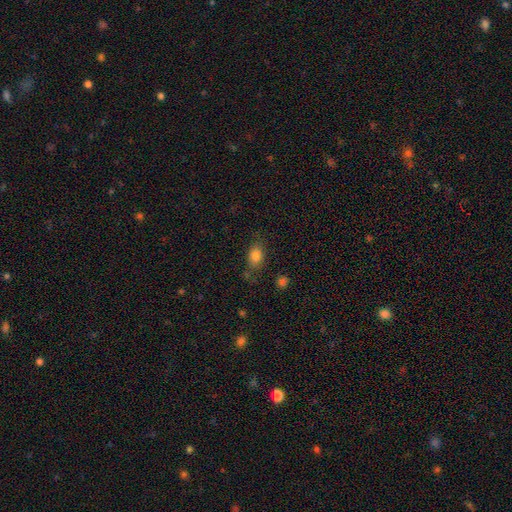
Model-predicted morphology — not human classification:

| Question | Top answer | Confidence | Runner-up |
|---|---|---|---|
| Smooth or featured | smooth | 80% | star or artifact (11%) |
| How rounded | in between | 76% | round (21%) |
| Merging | none | 71% | minor disturbance (18%) |